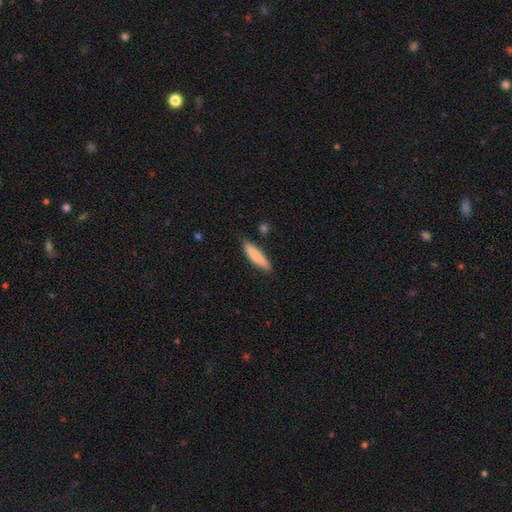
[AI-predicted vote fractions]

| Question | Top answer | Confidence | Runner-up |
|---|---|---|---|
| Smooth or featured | smooth | 79% | featured or disk (15%) |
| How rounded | cigar-shaped | 80% | in between (18%) |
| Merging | none | 75% | minor disturbance (20%) |